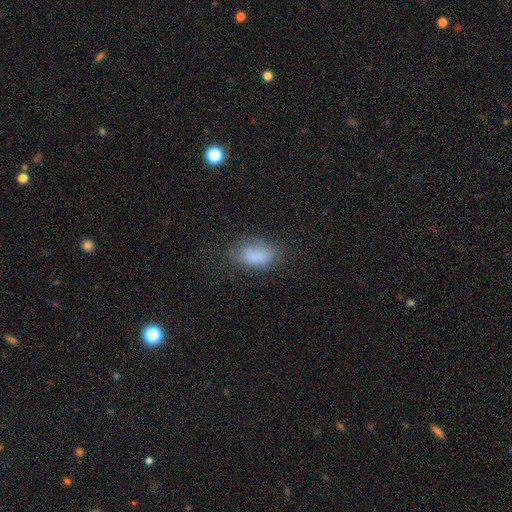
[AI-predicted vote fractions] Smooth or featured? Predicted: smooth (p=0.76). How rounded? Predicted: in between (p=0.89). Merging? Predicted: none (p=0.55).